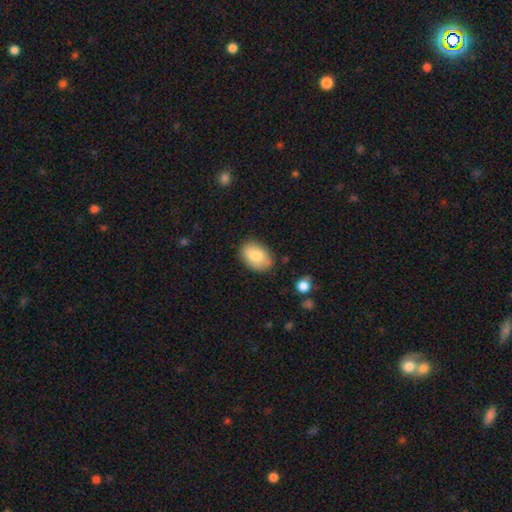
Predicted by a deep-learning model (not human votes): A smooth galaxy with no disk features (81%) that is in between round and cigar-shaped (85%).

Vote fractions:
- Smooth or featured? smooth: 81% / featured or disk: 12% / star or artifact: 7%
- How rounded? in between: 85% / round: 13% / cigar-shaped: 1%
- Merging? none: 80% / minor disturbance: 15% / major disturbance: 3% / merger: 2%